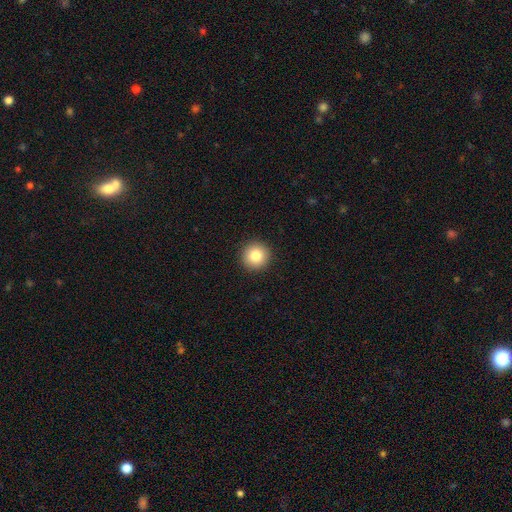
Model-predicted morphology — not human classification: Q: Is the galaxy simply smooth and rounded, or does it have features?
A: smooth — 85%.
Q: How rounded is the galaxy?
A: round — 95%.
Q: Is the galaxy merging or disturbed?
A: none — 93%.